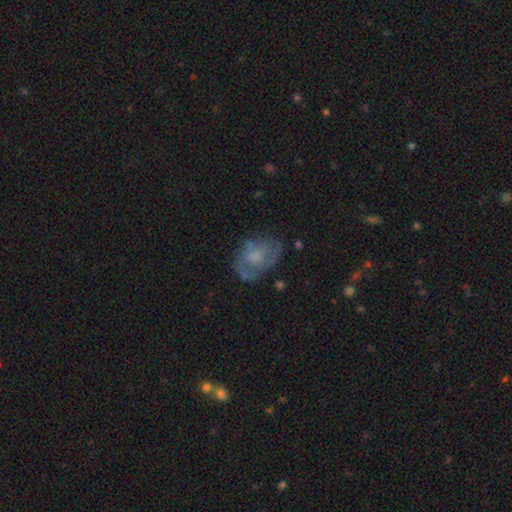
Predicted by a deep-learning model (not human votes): Q: Smooth or featured?
A: featured or disk (59%); runner-up: smooth (32%)
Q: Edge-on disk?
A: no (97%); runner-up: yes (3%)
Q: Bar?
A: no (71%); runner-up: weak (25%)
Q: Spiral arms?
A: yes (64%); runner-up: no (36%)
Q: Bulge size?
A: moderate (32%); runner-up: none (29%)
Q: Merging?
A: none (55%); runner-up: minor disturbance (24%)